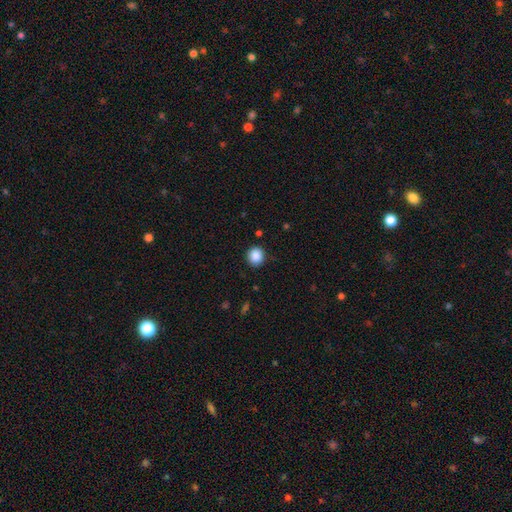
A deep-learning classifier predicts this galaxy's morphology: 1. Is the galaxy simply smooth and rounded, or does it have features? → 88% smooth, 9% star or artifact, 3% featured or disk.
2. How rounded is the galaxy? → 86% round, 13% in between, 1% cigar-shaped.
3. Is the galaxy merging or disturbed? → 88% none, 8% minor disturbance, 2% major disturbance, 1% merger.